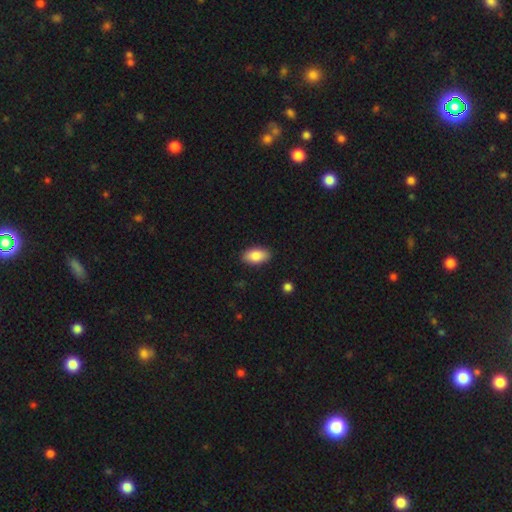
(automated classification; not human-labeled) The model was most divided on "smooth or featured": smooth: 86%, featured or disk: 8%, star or artifact: 6%. More confident: how rounded — in between (93%); merging — none (89%).